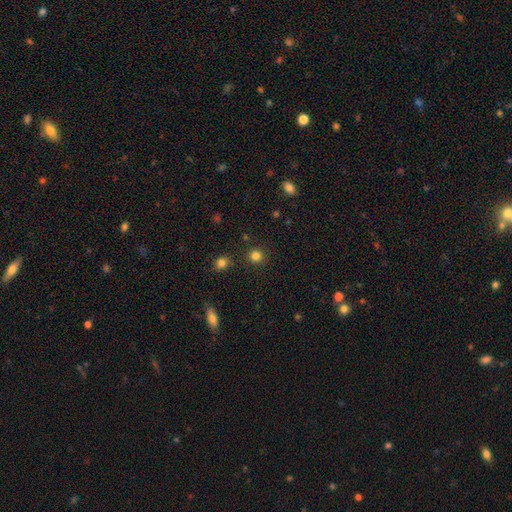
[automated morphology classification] Smooth or featured?
  - smooth: 81% *
  - star or artifact: 14%
  - featured or disk: 5%
How rounded?
  - round: 92% *
  - in between: 7%
  - cigar-shaped: 1%
Merging?
  - none: 89% *
  - minor disturbance: 6%
  - merger: 3%
  - major disturbance: 2%